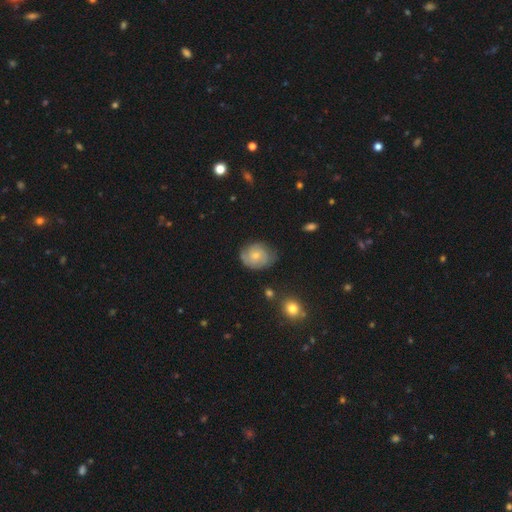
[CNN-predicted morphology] A featured or disk galaxy (57%) with no bar (78%), spiral arms (85%) and a small central bulge (60%). Merging: none (65%).